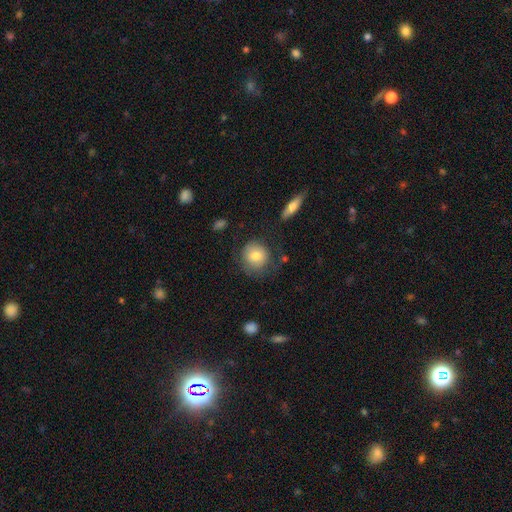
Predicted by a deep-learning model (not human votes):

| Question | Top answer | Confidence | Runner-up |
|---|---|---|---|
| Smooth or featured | smooth | 78% | featured or disk (15%) |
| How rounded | round | 87% | in between (12%) |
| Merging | none | 72% | minor disturbance (18%) |